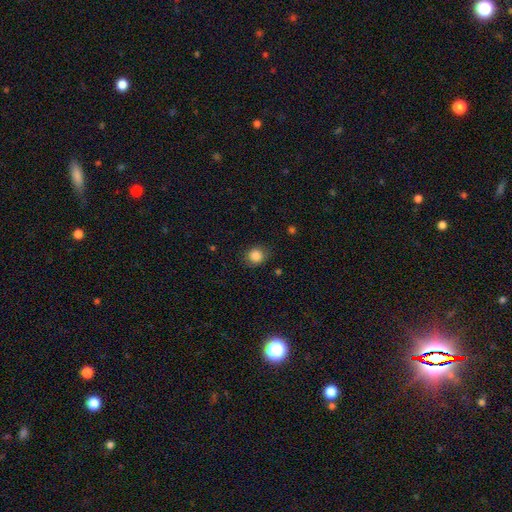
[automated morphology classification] Smooth or featured? Predicted: smooth (p=0.85). How rounded? Predicted: round (p=0.84). Merging? Predicted: none (p=0.83).